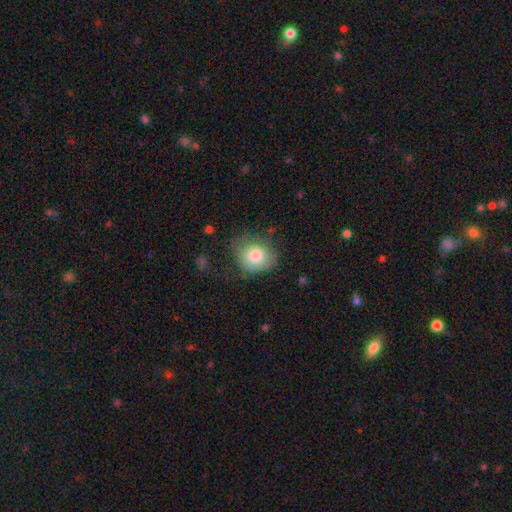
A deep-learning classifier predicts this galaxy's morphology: Smooth or featured? smooth (80%)
How rounded? round (61%)
Merging? none (57%)